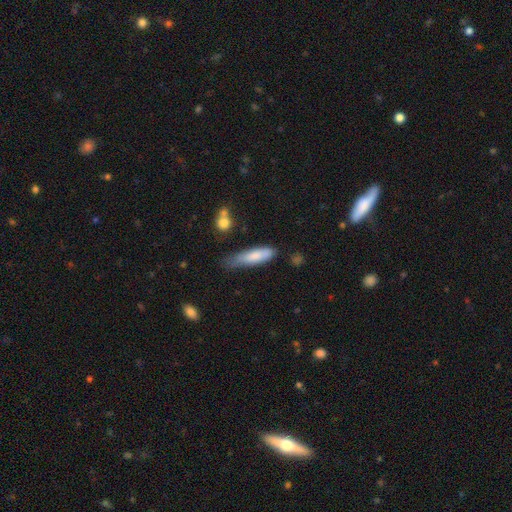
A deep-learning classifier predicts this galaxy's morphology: Smooth or featured?
  - smooth: 78% *
  - featured or disk: 16%
  - star or artifact: 6%
How rounded?
  - cigar-shaped: 63% *
  - in between: 35%
  - round: 2%
Merging?
  - none: 42% *
  - minor disturbance: 41%
  - major disturbance: 14%
  - merger: 4%